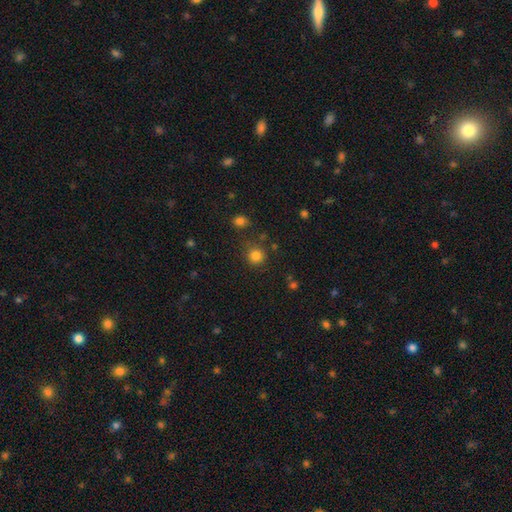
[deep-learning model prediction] A smooth galaxy with no disk features (82%) that is round (92%). Merging: none (80%).